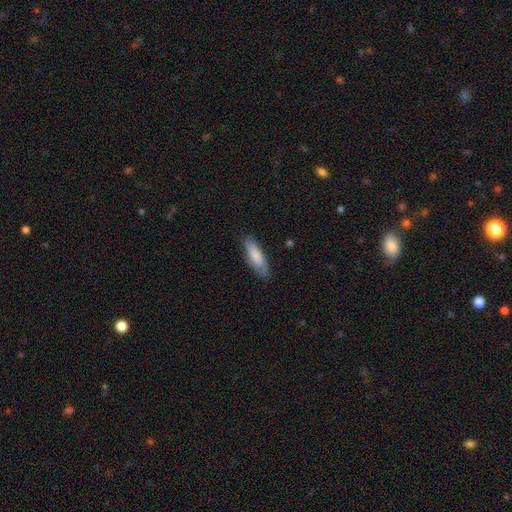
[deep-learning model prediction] smooth 79%, featured or disk 16%, star or artifact 6%. Down the decision tree: how rounded — in between (50%); merging — none (81%).